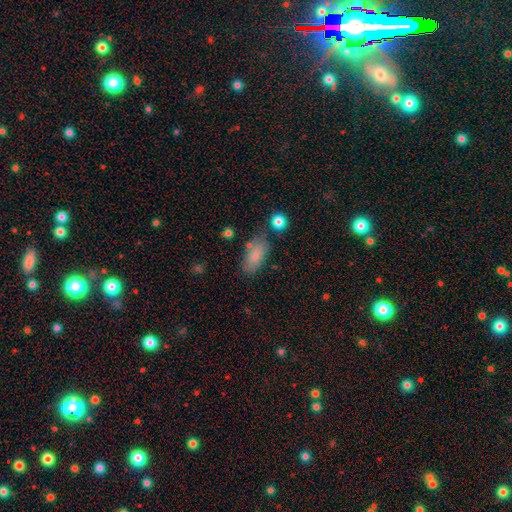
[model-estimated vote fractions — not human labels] Smooth or featured? smooth (82%)
How rounded? in between (89%)
Merging? none (71%)